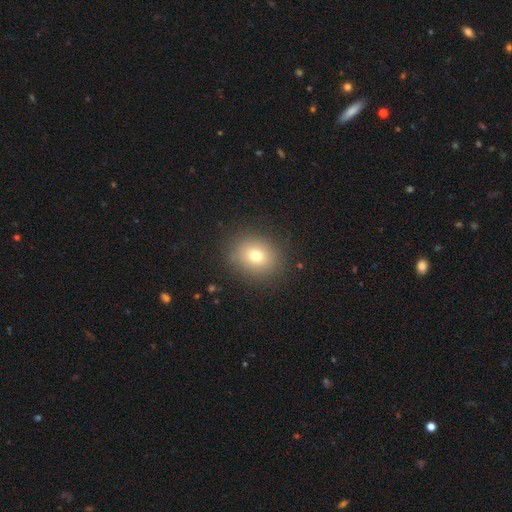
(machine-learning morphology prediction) This is likely a smooth galaxy (76%). How rounded: likely round (67%). Merging: clearly none (87%).